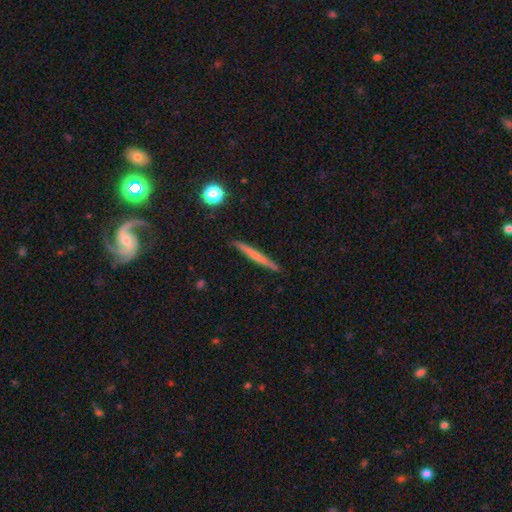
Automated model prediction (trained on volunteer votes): Morphology: type=smooth (51%); roundness=cigar-shaped (96%); merging=none (90%).